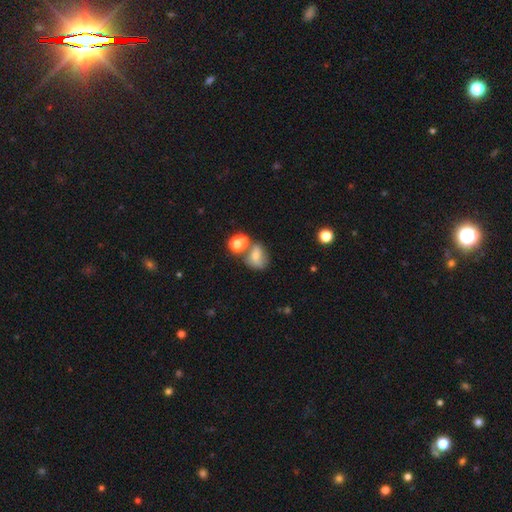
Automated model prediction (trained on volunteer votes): smooth-or-featured: smooth: 56% | featured or disk: 29% | star or artifact: 15%
  how-rounded: in between: 49% (tied) | round: 49% (tied) | cigar-shaped: 2%
  merging: none: 39% | merger: 36% | minor disturbance: 16% | major disturbance: 9%